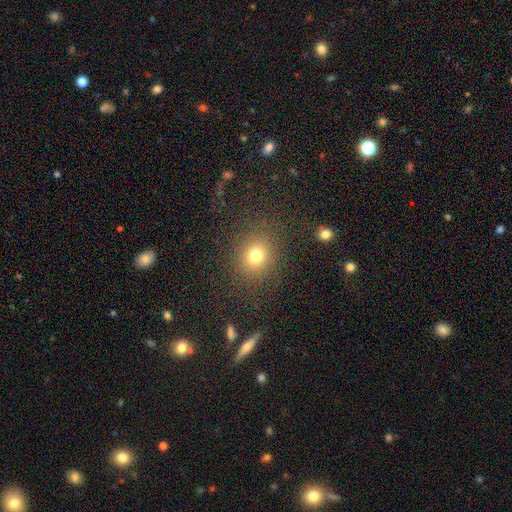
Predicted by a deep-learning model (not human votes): A smooth galaxy with no disk features (76%) that is round (70%). Merging: none (85%).